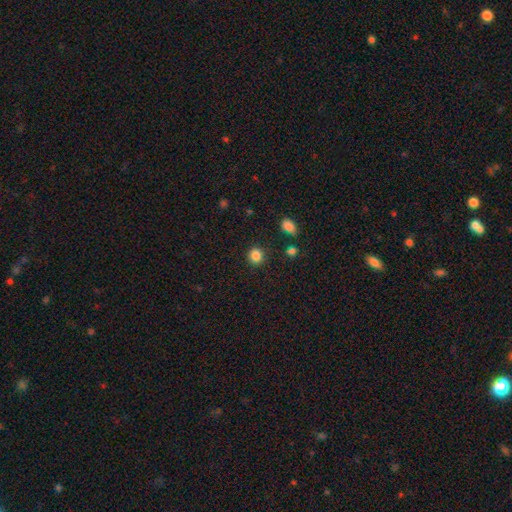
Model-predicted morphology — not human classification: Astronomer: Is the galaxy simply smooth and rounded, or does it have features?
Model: smooth — 85%.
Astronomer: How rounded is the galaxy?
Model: round — 90%.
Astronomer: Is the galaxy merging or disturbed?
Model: none — 90%.